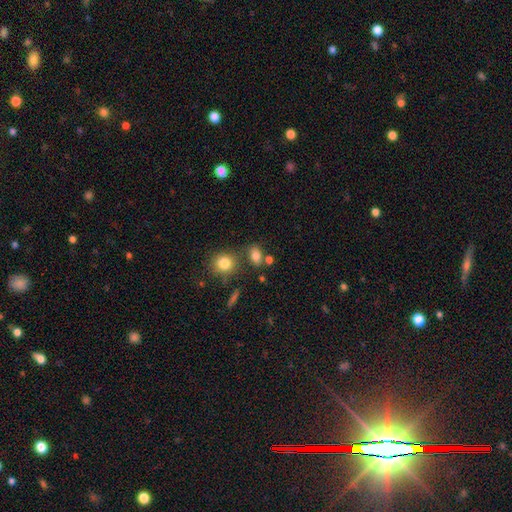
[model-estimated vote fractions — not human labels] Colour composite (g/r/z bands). It shows a smooth galaxy with no disk features (80%) that is in between round and cigar-shaped (73%). Merging: none (62%).